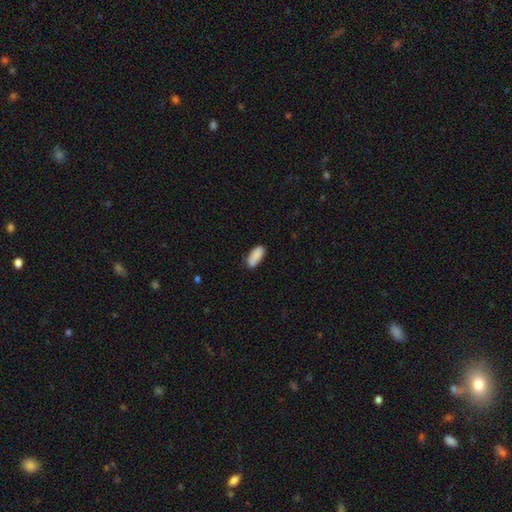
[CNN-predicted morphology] Smooth or featured: smooth — 88% (star or artifact — 7%)
How rounded: in between — 86% (cigar-shaped — 13%)
Merging: none — 75% (minor disturbance — 19%)